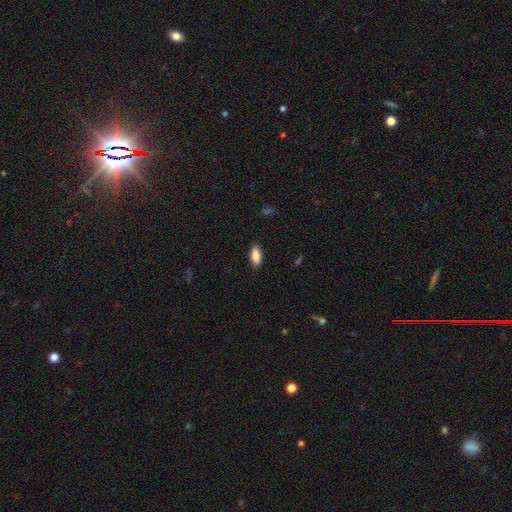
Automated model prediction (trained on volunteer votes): Smooth or featured? smooth (87%)
How rounded? in between (85%)
Merging? none (87%)